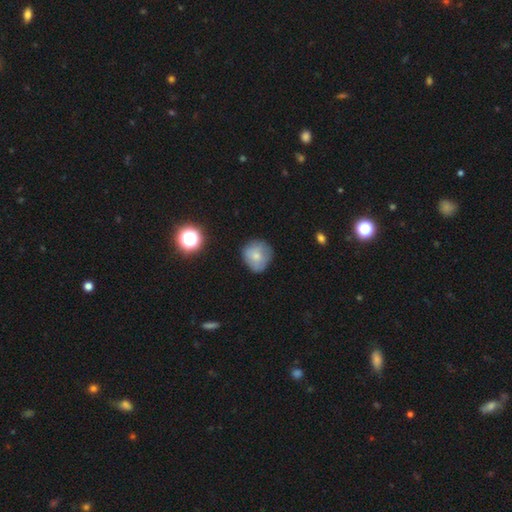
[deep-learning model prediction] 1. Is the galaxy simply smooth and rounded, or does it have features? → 72% smooth, 18% featured or disk, 11% star or artifact.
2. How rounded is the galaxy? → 84% round, 15% in between, 1% cigar-shaped.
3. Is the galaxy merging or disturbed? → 71% none, 22% minor disturbance, 6% major disturbance, 2% merger.